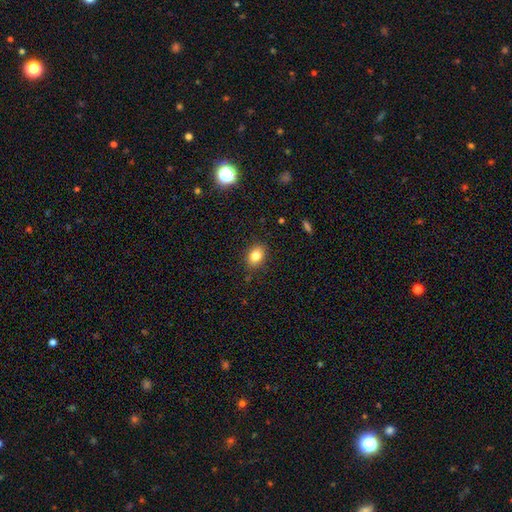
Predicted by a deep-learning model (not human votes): Smooth or featured: smooth — 82% (star or artifact — 11%)
How rounded: in between — 66% (round — 33%)
Merging: none — 86% (minor disturbance — 10%)